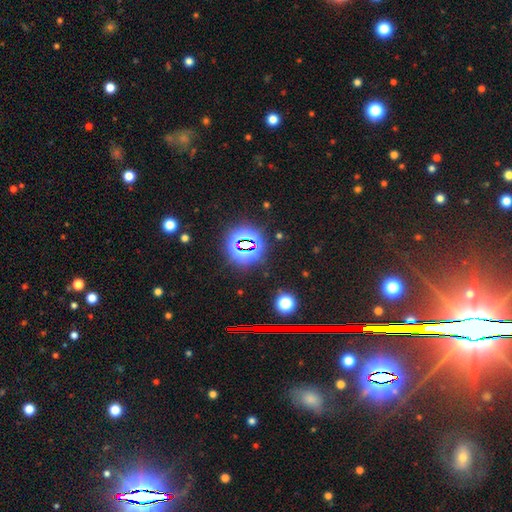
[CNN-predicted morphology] The model was most divided on "smooth or featured": star or artifact: 83%, smooth: 9%, featured or disk: 9%.